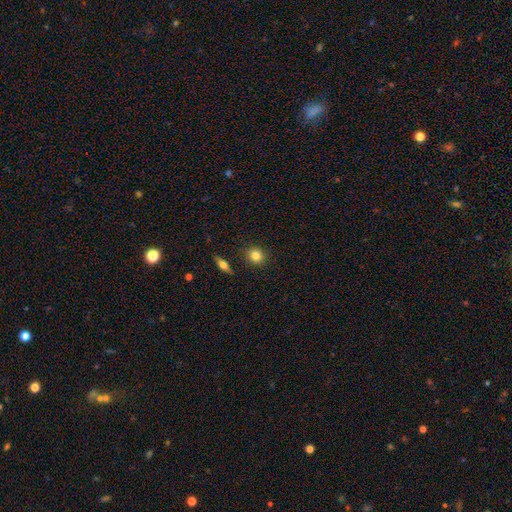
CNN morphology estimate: This appears to be a smooth galaxy with no disk features (83%) that is round (87%). Merging: none (89%).